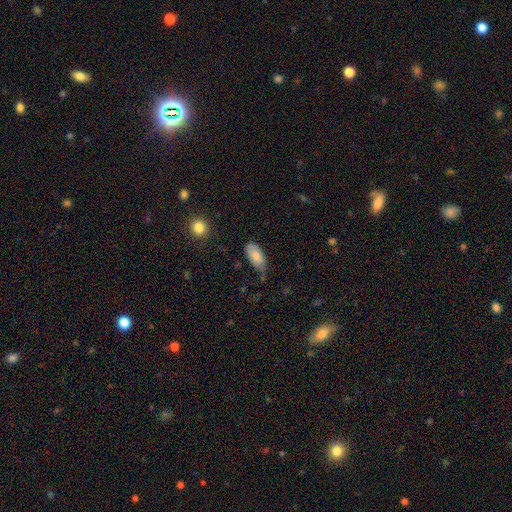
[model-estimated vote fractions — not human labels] Overall: smooth (81%). How rounded: in between (92%). Merging: none (59%; minor disturbance 33%).